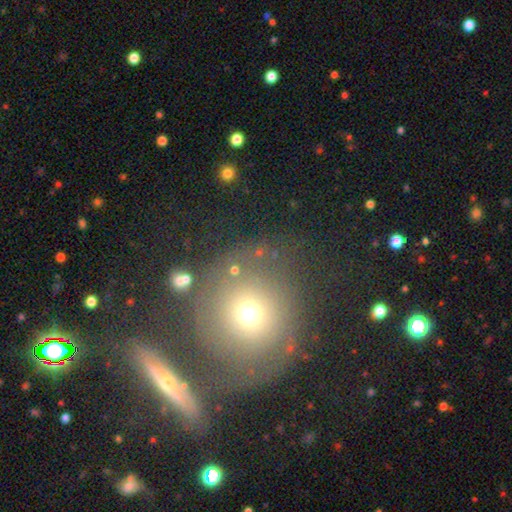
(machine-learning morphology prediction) Smooth or featured? Predicted: smooth (p=0.50). Merging? Predicted: none (p=0.65).